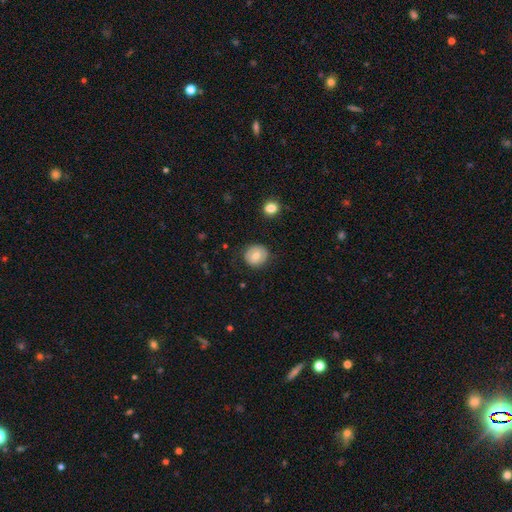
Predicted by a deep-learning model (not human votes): Smooth or featured: smooth — 72% (featured or disk — 20%)
How rounded: round — 84% (in between — 15%)
Merging: none — 83% (minor disturbance — 12%)